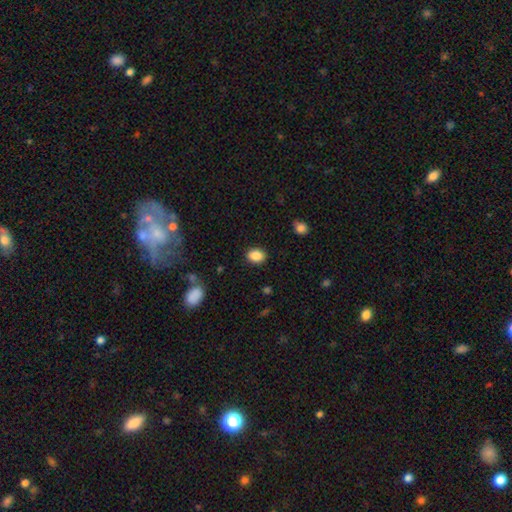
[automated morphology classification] Q: Smooth or featured?
A: smooth (88%); runner-up: star or artifact (9%)
Q: How rounded?
A: in between (70%); runner-up: round (29%)
Q: Merging?
A: none (88%); runner-up: minor disturbance (9%)